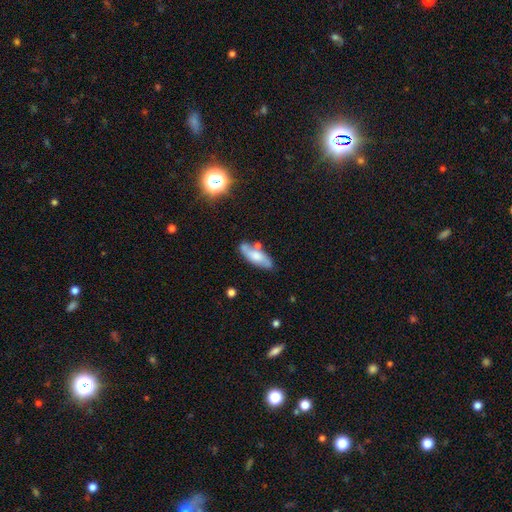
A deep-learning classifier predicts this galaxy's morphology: Smooth or featured? smooth (55%)
How rounded? in between (65%)
Merging? none (67%)